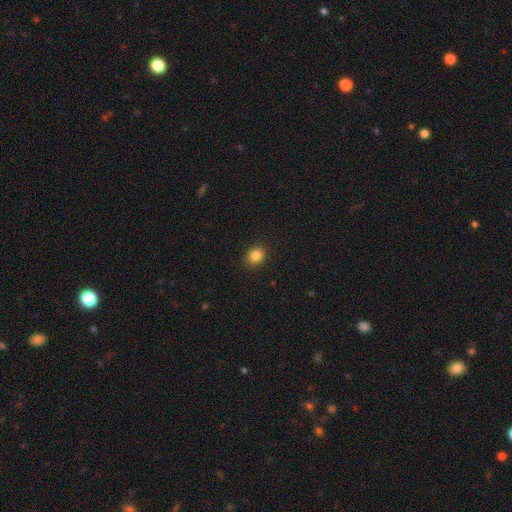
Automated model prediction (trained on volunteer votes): A smooth galaxy with no disk features (84%) that is round (65%). Merging: none (89%).